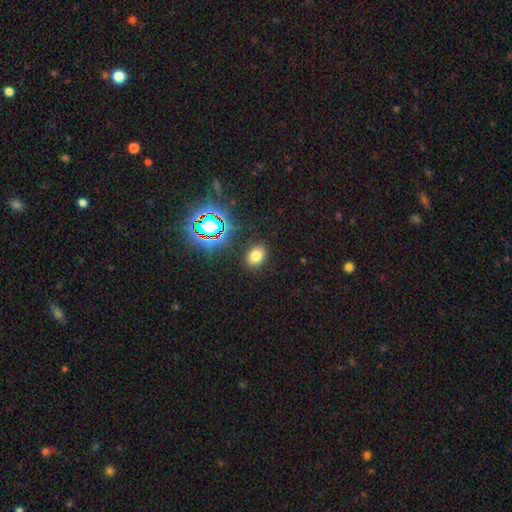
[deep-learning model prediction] A smooth galaxy with no disk features (73%) that is in between round and cigar-shaped (64%).

Vote fractions:
- Smooth or featured? smooth: 73% / star or artifact: 19% / featured or disk: 8%
- How rounded? in between: 64% / round: 35% / cigar-shaped: 1%
- Merging? none: 87% / minor disturbance: 8% / major disturbance: 3% / merger: 2%